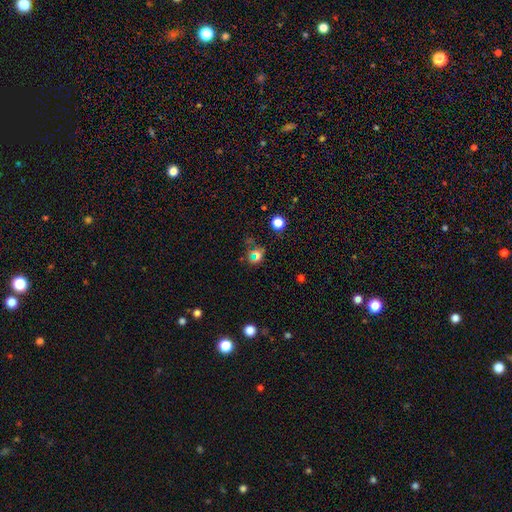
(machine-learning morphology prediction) smooth_or_featured: smooth (p=0.43) [alt: star or artifact p=0.40]
merging: none (p=0.56) [alt: minor disturbance p=0.17]